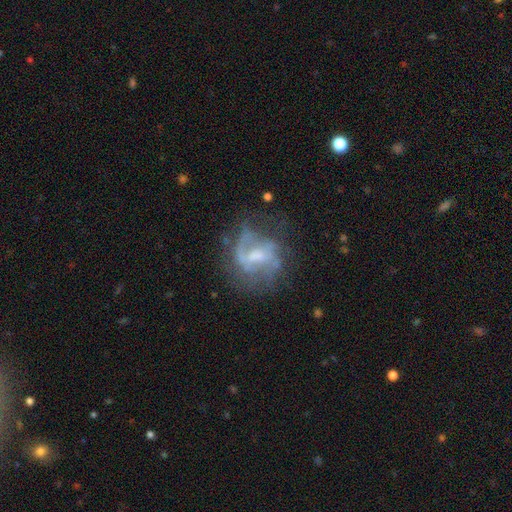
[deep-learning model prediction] Smooth or featured? featured or disk (75%)
Edge-on disk? no (97%)
Bar? weak (53%)
Spiral arms? yes (79%)
Spiral winding? medium (44%)
Spiral arm count? 2 (51%)
Bulge size? moderate (39%)
Merging? none (53%)